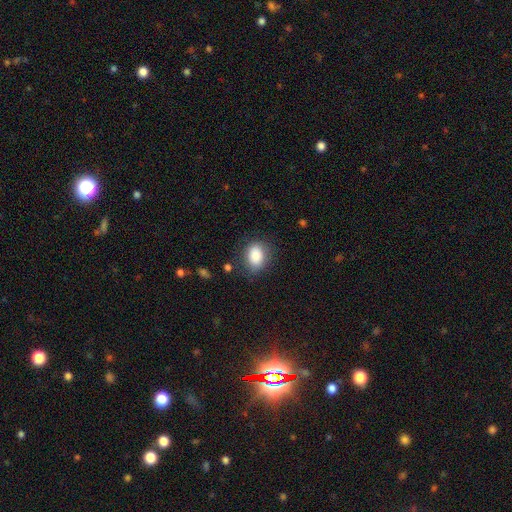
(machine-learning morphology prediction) A smooth galaxy with no disk features (85%) that is in between round and cigar-shaped (67%). Merging: none (78%).